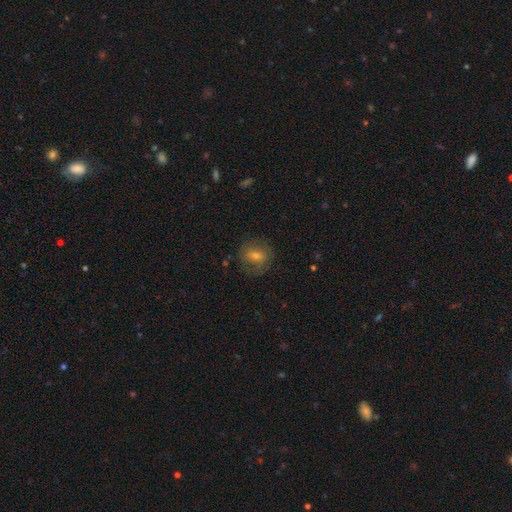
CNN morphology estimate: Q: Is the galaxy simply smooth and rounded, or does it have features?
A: smooth — 59%.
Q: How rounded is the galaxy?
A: round — 61%.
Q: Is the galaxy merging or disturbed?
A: none — 71%.